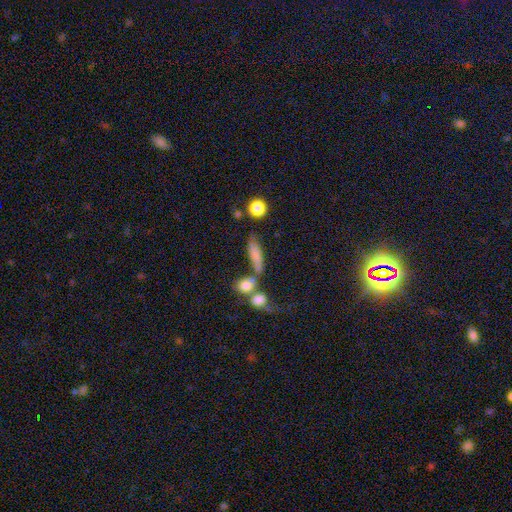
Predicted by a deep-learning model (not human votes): This is likely a smooth galaxy (71%). How rounded: possibly cigar-shaped (54%). Merging: marginally none (37%).